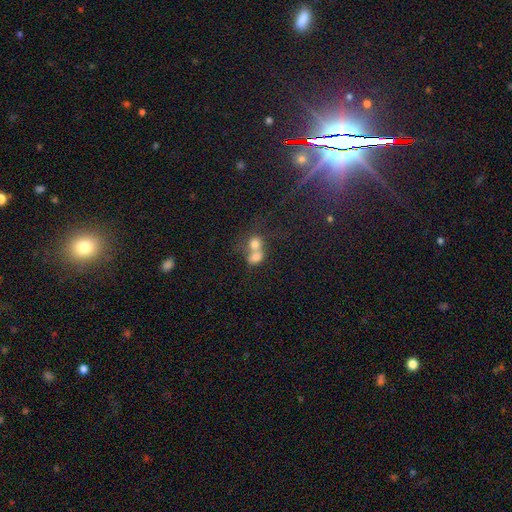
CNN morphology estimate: A smooth galaxy with no disk features (68%) that is round (62%).

Vote fractions:
- Smooth or featured? smooth: 68% / featured or disk: 20% / star or artifact: 13%
- How rounded? round: 62% / in between: 37% / cigar-shaped: 1%
- Merging? merger: 71% / none: 19% / minor disturbance: 5% / major disturbance: 5%